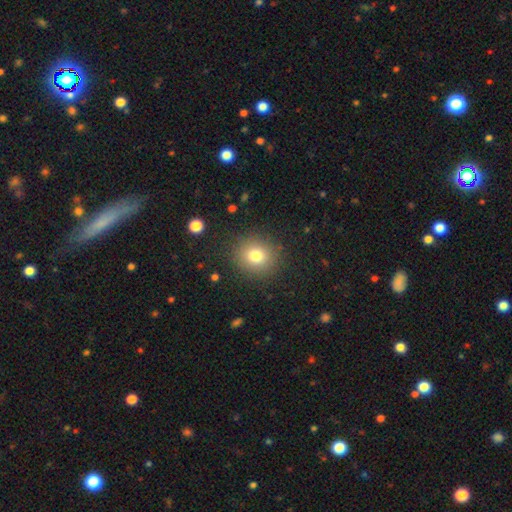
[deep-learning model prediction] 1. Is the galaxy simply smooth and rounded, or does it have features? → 77% smooth, 14% star or artifact, 9% featured or disk.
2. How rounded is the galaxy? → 86% round, 13% in between, 1% cigar-shaped.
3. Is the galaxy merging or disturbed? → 88% none, 7% minor disturbance, 3% major disturbance, 1% merger.